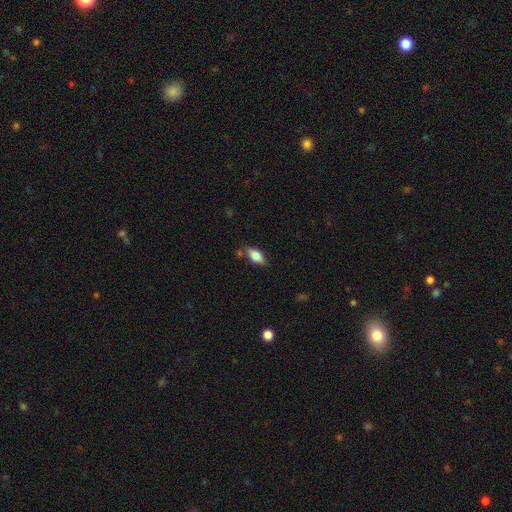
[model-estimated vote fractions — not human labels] Smooth or featured?
  - smooth: 79% *
  - featured or disk: 14%
  - star or artifact: 7%
How rounded?
  - in between: 87% *
  - cigar-shaped: 9%
  - round: 4%
Merging?
  - none: 72% *
  - minor disturbance: 19%
  - merger: 6%
  - major disturbance: 4%